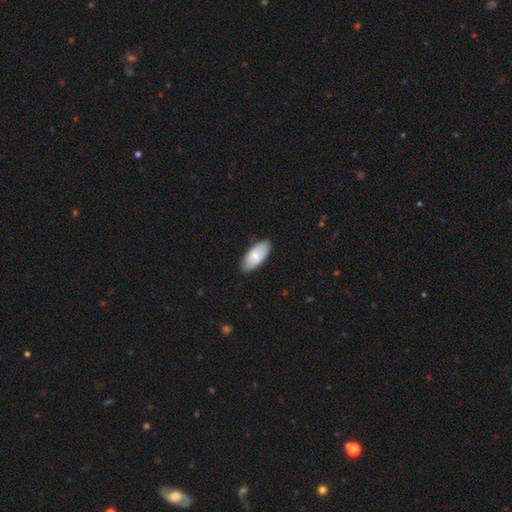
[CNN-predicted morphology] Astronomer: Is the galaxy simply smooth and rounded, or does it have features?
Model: smooth — 78%.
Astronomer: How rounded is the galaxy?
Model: in between — 90%.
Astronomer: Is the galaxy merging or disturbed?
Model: none — 84%.